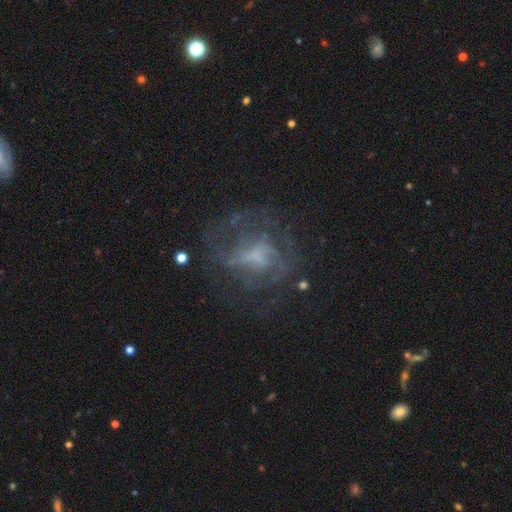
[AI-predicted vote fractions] Smooth or featured: featured or disk — 66% (smooth — 17%)
Edge-on disk: no — 97% (yes — 3%)
Bar: no — 54% (weak — 35%)
Spiral arms: yes — 51% (no — 49%)
Bulge size: none — 44% (small — 26%)
Merging: none — 52% (major disturbance — 29%)